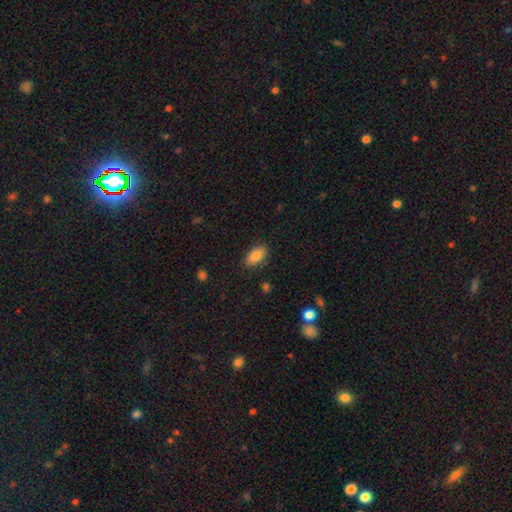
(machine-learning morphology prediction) Q: Smooth or featured?
A: smooth (87%); runner-up: star or artifact (7%)
Q: How rounded?
A: in between (93%); runner-up: round (4%)
Q: Merging?
A: none (86%); runner-up: minor disturbance (10%)